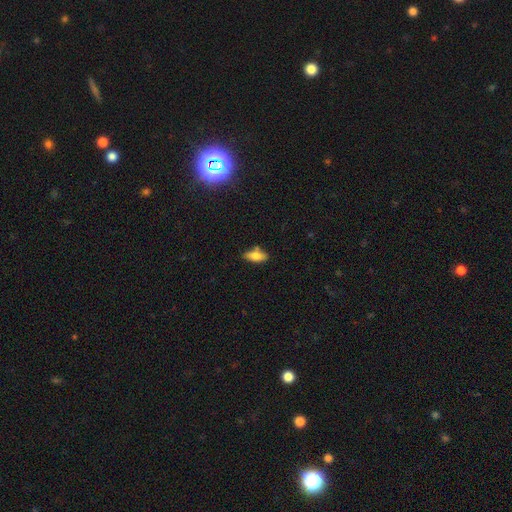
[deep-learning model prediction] smooth_or_featured: smooth (p=0.75) [alt: featured or disk p=0.17]
how_rounded: in between (p=0.77) [alt: cigar-shaped p=0.20]
merging: none (p=0.70) [alt: minor disturbance p=0.19]